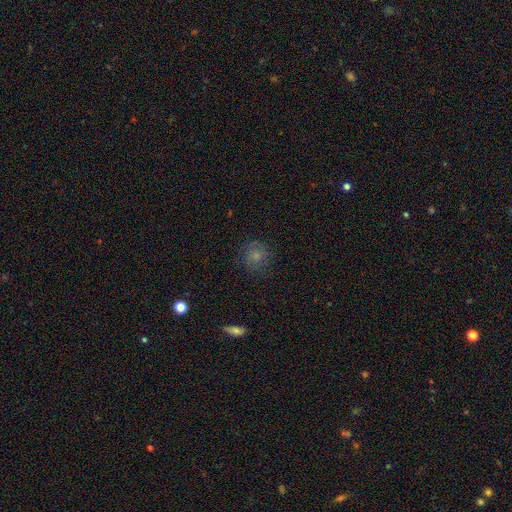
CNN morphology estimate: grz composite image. It shows a smooth galaxy with no disk features (74%) that is round (87%). Merging: none (76%).